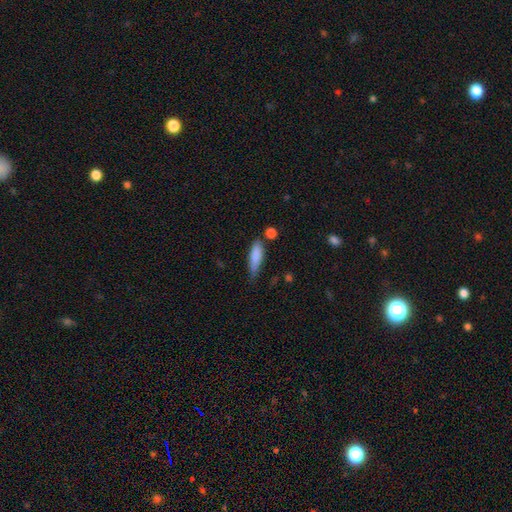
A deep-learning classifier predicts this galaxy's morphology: smooth_or_featured: smooth (p=0.82) [alt: featured or disk p=0.11]
how_rounded: cigar-shaped (p=0.58) [alt: in between p=0.40]
merging: none (p=0.57) [alt: minor disturbance p=0.30]